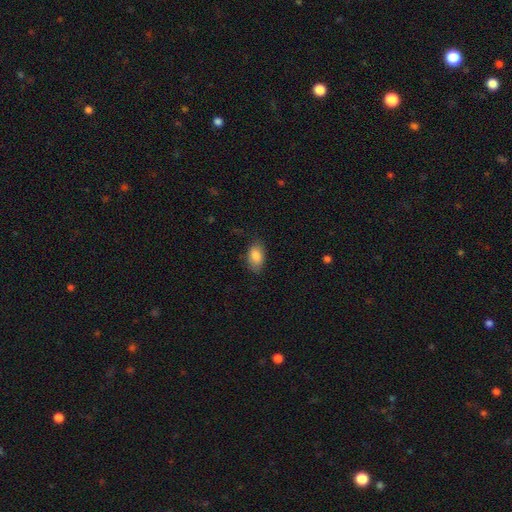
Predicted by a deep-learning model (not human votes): This is clearly a smooth galaxy (83%). How rounded: clearly in between (91%). Merging: likely none (72%).